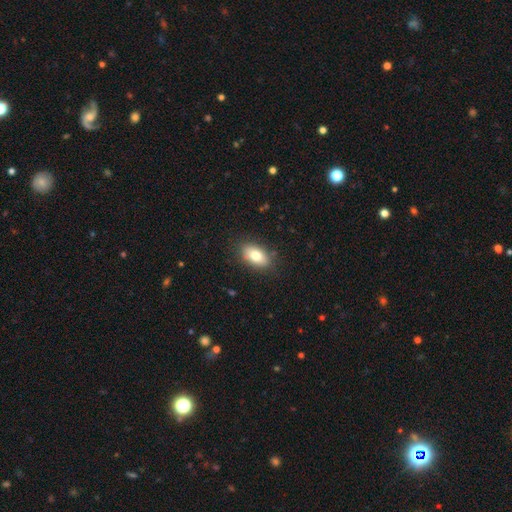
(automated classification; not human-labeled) This is likely a smooth galaxy (78%). How rounded: clearly in between (90%). Merging: clearly none (85%).